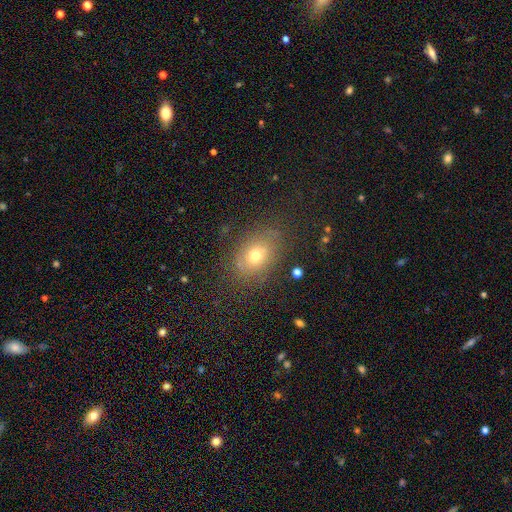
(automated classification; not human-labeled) The model was most divided on "how rounded": in between: 72%, round: 27%, cigar-shaped: 2%. More confident: merging — none (74%); smooth or featured — smooth (66%).